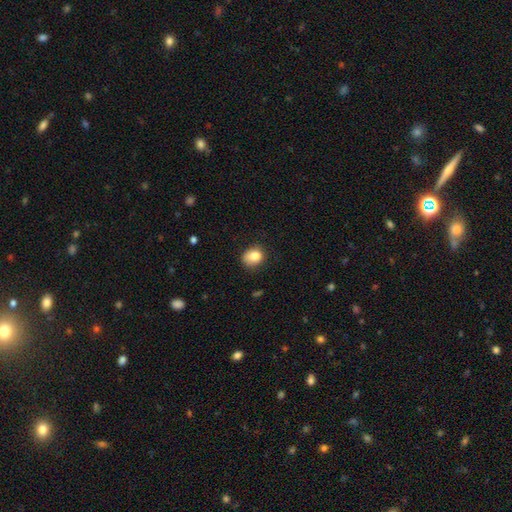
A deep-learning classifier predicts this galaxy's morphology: smooth-or-featured: smooth: 82% | star or artifact: 10% | featured or disk: 8%
  how-rounded: round: 60% | in between: 39% | cigar-shaped: 1%
  merging: none: 65% | minor disturbance: 26% | major disturbance: 7% | merger: 2%